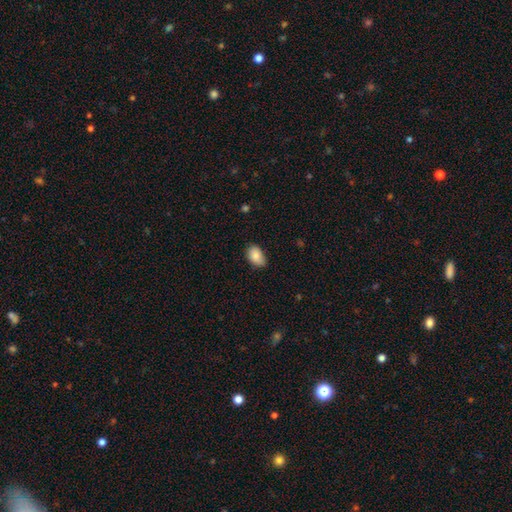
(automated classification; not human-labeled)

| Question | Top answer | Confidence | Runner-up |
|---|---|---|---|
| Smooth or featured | smooth | 86% | star or artifact (7%) |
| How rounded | in between | 88% | round (11%) |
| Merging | none | 73% | minor disturbance (23%) |